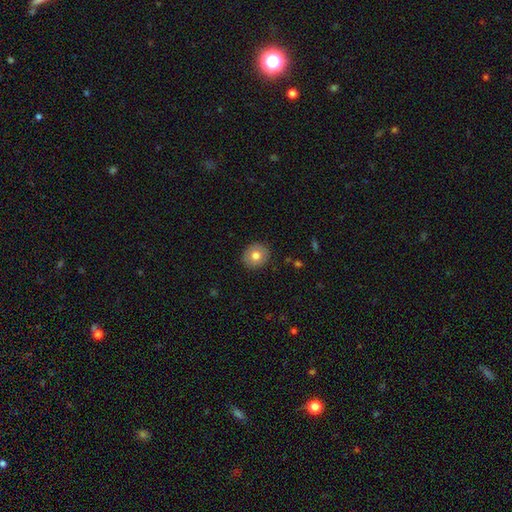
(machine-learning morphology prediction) smooth_or_featured: smooth (p=0.77) [alt: featured or disk p=0.14]
how_rounded: round (p=0.87) [alt: in between p=0.12]
merging: none (p=0.90) [alt: minor disturbance p=0.07]